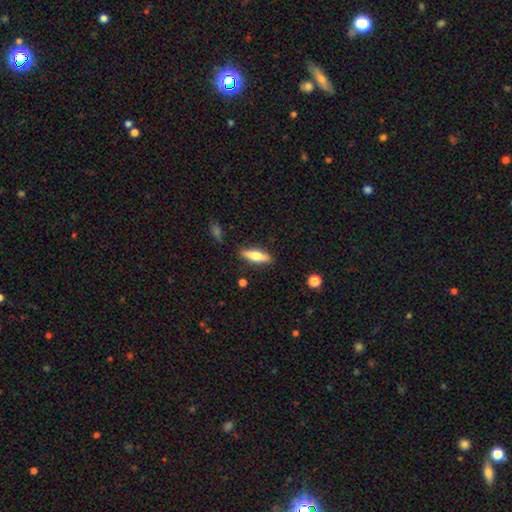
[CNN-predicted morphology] smooth-or-featured: smooth: 63% | featured or disk: 31% | star or artifact: 6%
  how-rounded: cigar-shaped: 59% | in between: 39% | round: 2%
  merging: none: 86% | minor disturbance: 10% | major disturbance: 2% | merger: 2%